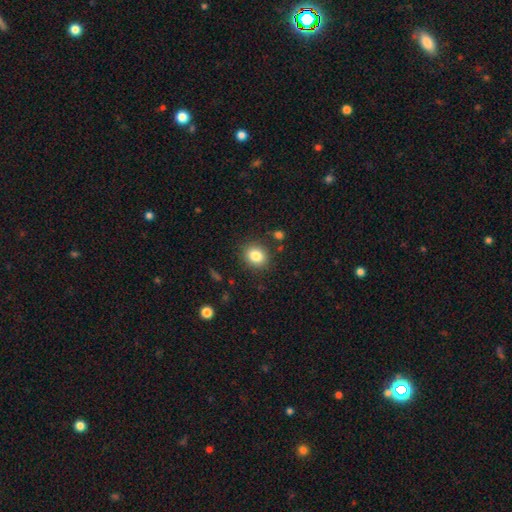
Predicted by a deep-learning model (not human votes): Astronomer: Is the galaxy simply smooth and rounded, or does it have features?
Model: smooth — 83%.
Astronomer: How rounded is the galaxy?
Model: round — 67%.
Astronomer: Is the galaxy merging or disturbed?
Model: none — 87%.